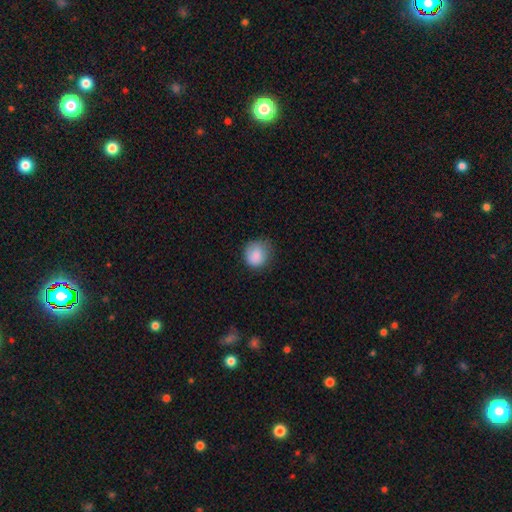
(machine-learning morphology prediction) Smooth or featured? smooth (87%)
How rounded? round (82%)
Merging? none (65%)